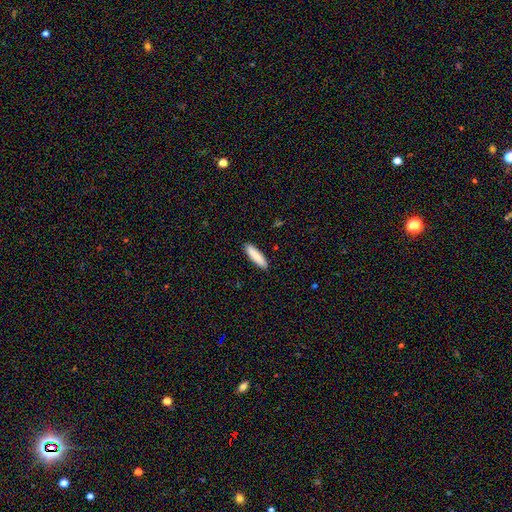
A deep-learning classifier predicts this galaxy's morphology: Smooth or featured? smooth (88%)
How rounded? cigar-shaped (73%)
Merging? none (91%)